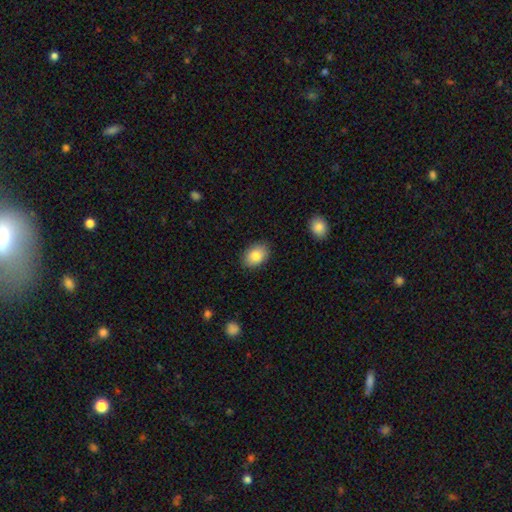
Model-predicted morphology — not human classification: type=smooth (85%); roundness=in between (78%); merging=none (87%).